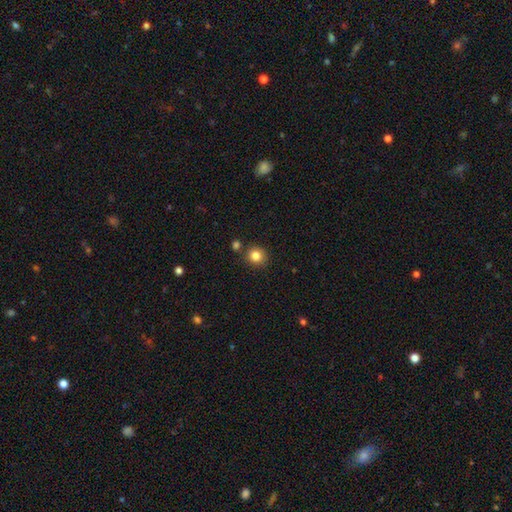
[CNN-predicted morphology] This appears to be a smooth galaxy with no disk features (83%) that is round (88%). Merging: none (84%).